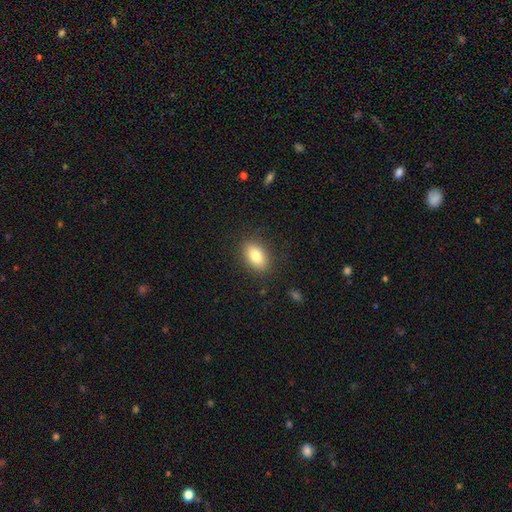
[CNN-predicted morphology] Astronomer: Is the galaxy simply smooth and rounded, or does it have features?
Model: smooth — 82%.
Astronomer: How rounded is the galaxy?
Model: in between — 88%.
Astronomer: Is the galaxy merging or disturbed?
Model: none — 86%.